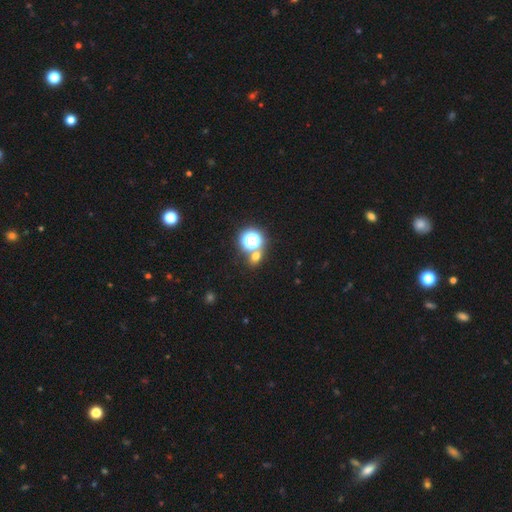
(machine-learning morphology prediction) Smooth or featured?
  - smooth: 55% *
  - star or artifact: 37%
  - featured or disk: 8%
How rounded?
  - round: 72% *
  - in between: 27%
  - cigar-shaped: 2%
Merging?
  - none: 69% *
  - merger: 20%
  - minor disturbance: 8%
  - major disturbance: 4%